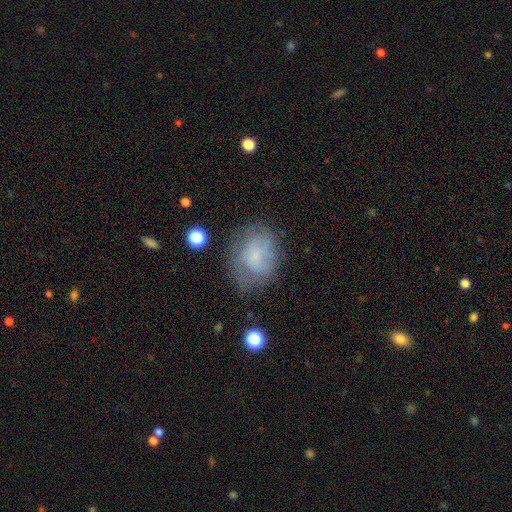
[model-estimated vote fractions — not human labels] This is possibly a smooth galaxy (51%). How rounded: likely in between (60%). Merging: likely none (60%).